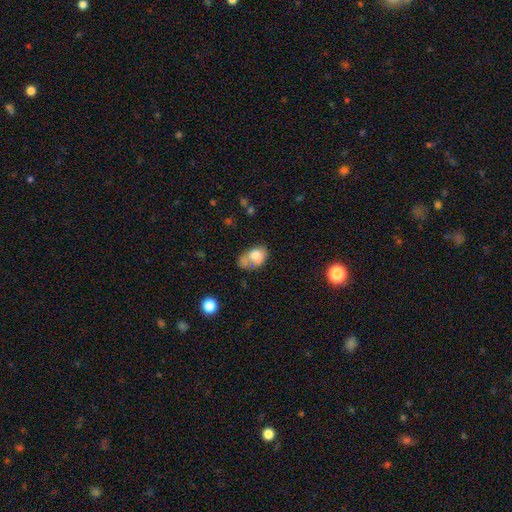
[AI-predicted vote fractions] A smooth galaxy with no disk features (68%) that is in between round and cigar-shaped (76%).

Vote fractions:
- Smooth or featured? smooth: 68% / featured or disk: 21% / star or artifact: 10%
- How rounded? in between: 76% / round: 23% / cigar-shaped: 1%
- Merging? merger: 35% / none: 24% / minor disturbance: 21% / major disturbance: 20%